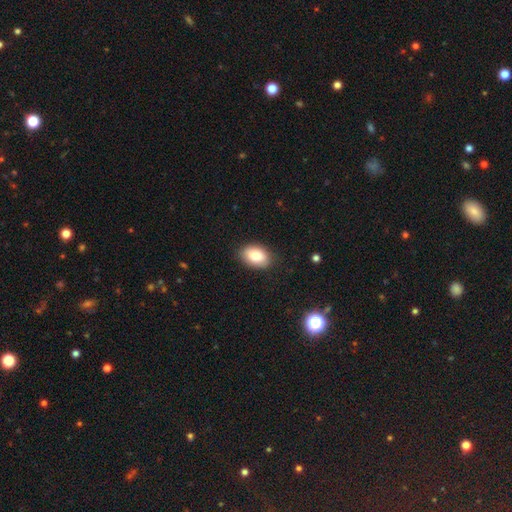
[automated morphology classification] A smooth galaxy with no disk features (86%) that is in between round and cigar-shaped (89%).

Vote fractions:
- Smooth or featured? smooth: 86% / featured or disk: 7% / star or artifact: 7%
- How rounded? in between: 89% / round: 10% / cigar-shaped: 1%
- Merging? none: 85% / minor disturbance: 12% / major disturbance: 3% / merger: 1%